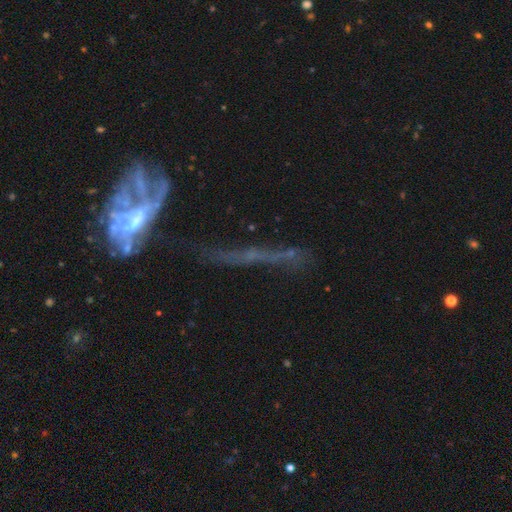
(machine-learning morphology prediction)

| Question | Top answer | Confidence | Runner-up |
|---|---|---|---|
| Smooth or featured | featured or disk | 57% | star or artifact (24%) |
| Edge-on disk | no | 58% | yes (42%) |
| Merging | none | 37% | major disturbance (26%) |